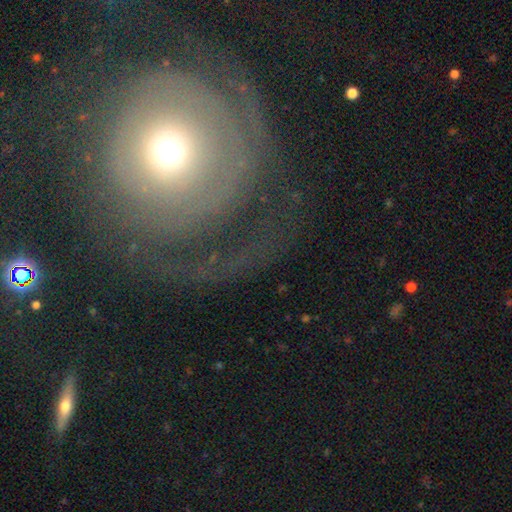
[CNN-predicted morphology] This is possibly a featured or disk galaxy (58%). It is clearly not viewed edge-on (95%). Bar: clearly no (84%). Spiral arm pattern: possibly yes (59%). Central bulge: possibly moderate (58%). Merging: possibly none (56%).